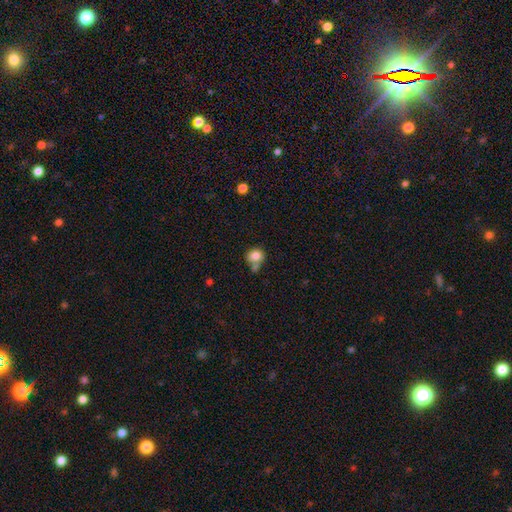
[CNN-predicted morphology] This is clearly a smooth galaxy (80%). How rounded: likely round (74%). Merging: possibly none (47%).